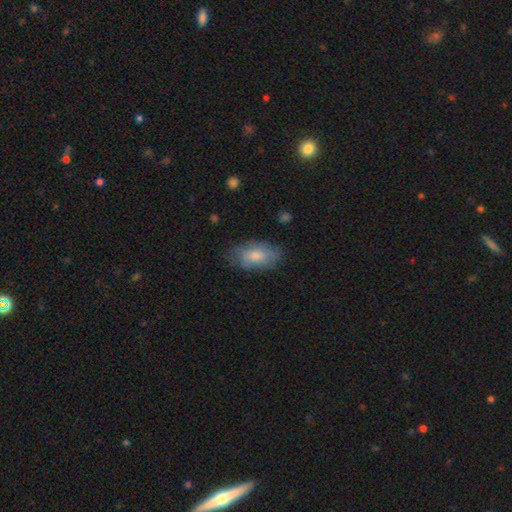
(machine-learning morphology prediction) smooth 75%, featured or disk 18%, star or artifact 6%. Down the decision tree: how rounded — in between (92%); merging — none (68%).